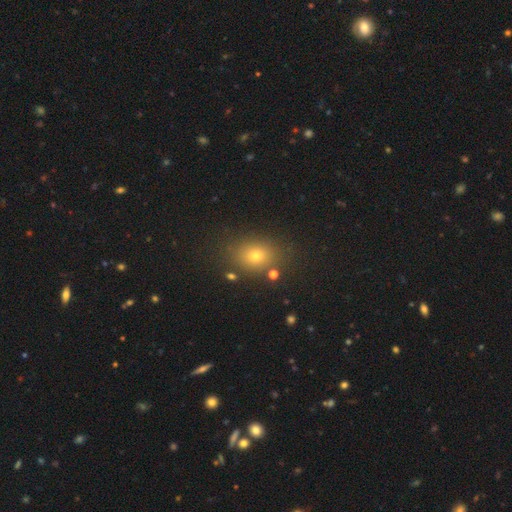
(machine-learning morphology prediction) type=smooth (70%); roundness=in between (60%); merging=none (82%).